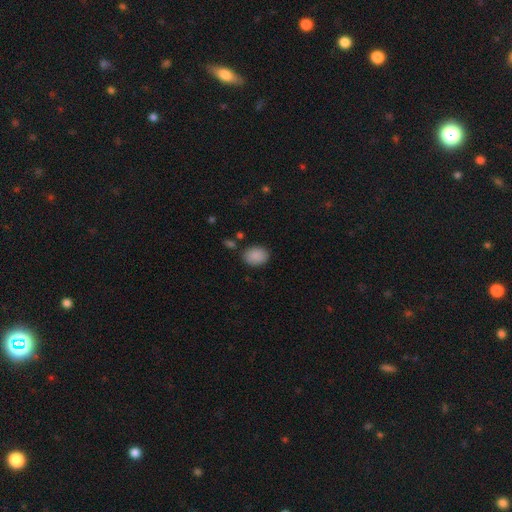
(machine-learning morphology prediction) A smooth galaxy with no disk features (89%) that is in between round and cigar-shaped (66%).

Vote fractions:
- Smooth or featured? smooth: 89% / star or artifact: 8% / featured or disk: 3%
- How rounded? in between: 66% / round: 33% / cigar-shaped: 1%
- Merging? none: 83% / minor disturbance: 11% / major disturbance: 3% / merger: 3%